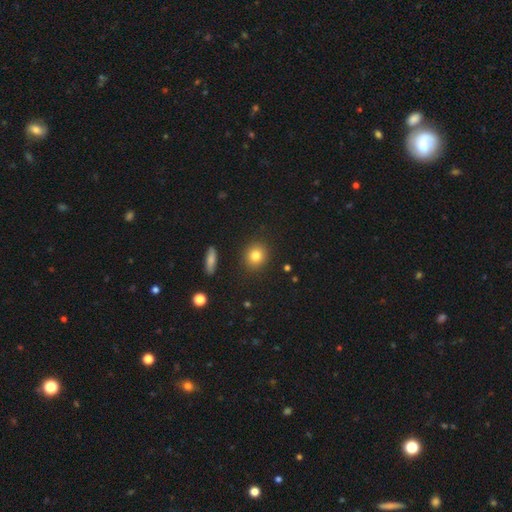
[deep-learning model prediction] smooth 82%, star or artifact 10%, featured or disk 7%. Down the decision tree: how rounded — round (79%); merging — none (89%).